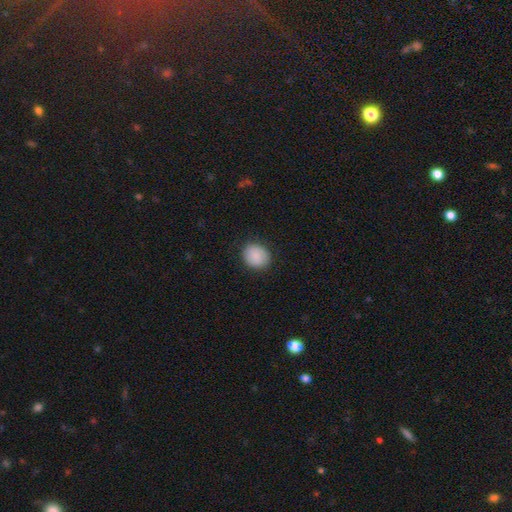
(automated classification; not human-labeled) smooth_or_featured: smooth (p=0.89) [alt: star or artifact p=0.07]
how_rounded: round (p=0.67) [alt: in between p=0.32]
merging: none (p=0.86) [alt: minor disturbance p=0.10]